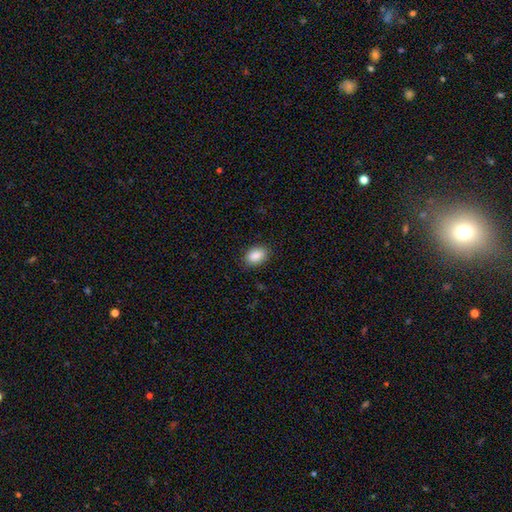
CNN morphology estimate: type=smooth (89%); roundness=in between (87%); merging=none (88%).